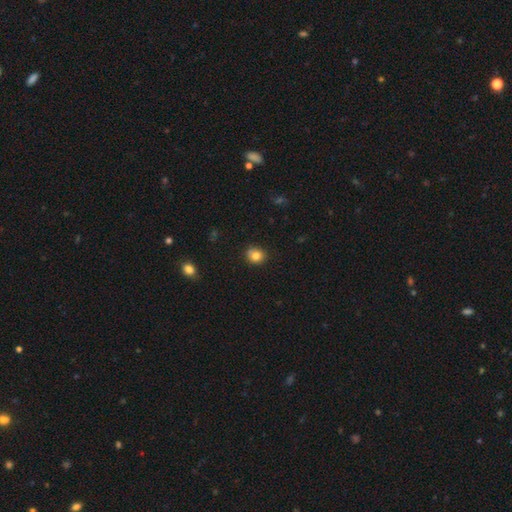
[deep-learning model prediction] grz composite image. It shows a smooth galaxy with no disk features (81%) that is round (77%). Merging: none (82%).